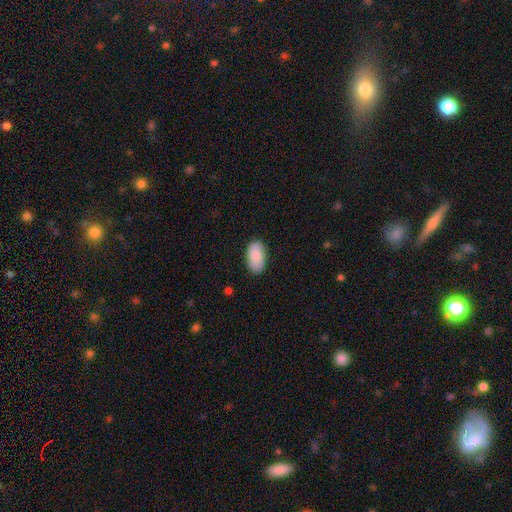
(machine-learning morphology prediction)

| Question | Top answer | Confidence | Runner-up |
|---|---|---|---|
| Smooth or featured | smooth | 84% | featured or disk (10%) |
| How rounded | in between | 94% | round (4%) |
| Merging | none | 83% | minor disturbance (13%) |